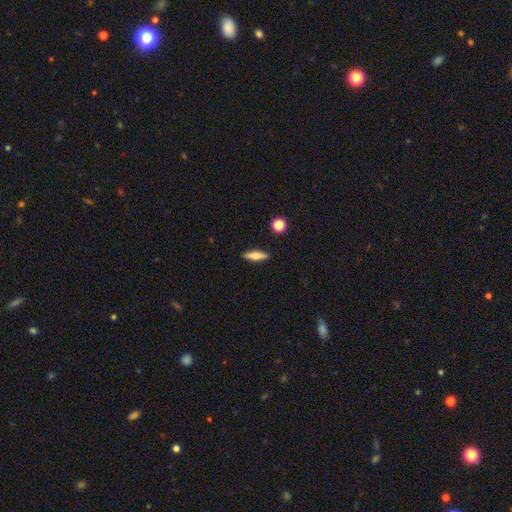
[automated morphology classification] A smooth galaxy with no disk features (62%) that is cigar-shaped (64%).

Vote fractions:
- Smooth or featured? smooth: 62% / featured or disk: 30% / star or artifact: 7%
- How rounded? cigar-shaped: 64% / in between: 32% / round: 4%
- Merging? none: 89% / minor disturbance: 8% / major disturbance: 2% / merger: 2%